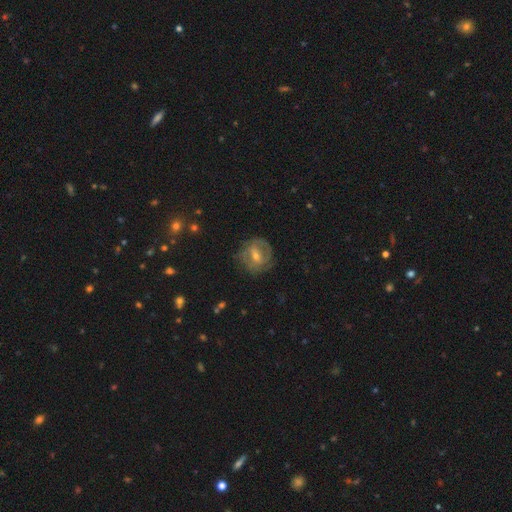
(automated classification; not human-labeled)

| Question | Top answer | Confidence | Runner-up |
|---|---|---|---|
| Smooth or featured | featured or disk | 66% | smooth (27%) |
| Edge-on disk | no | 96% | yes (4%) |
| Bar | weak | 49% | no (27%) |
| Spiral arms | yes | 70% | no (30%) |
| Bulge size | moderate | 49% | small (47%) |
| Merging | none | 68% | minor disturbance (20%) |